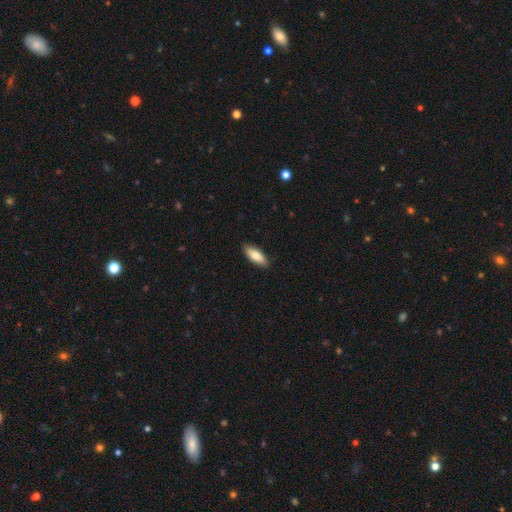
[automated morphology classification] A smooth galaxy with no disk features (83%) that is in between round and cigar-shaped (75%).

Vote fractions:
- Smooth or featured? smooth: 83% / featured or disk: 11% / star or artifact: 6%
- How rounded? in between: 75% / cigar-shaped: 23% / round: 2%
- Merging? none: 89% / minor disturbance: 9% / major disturbance: 2% / merger: 1%